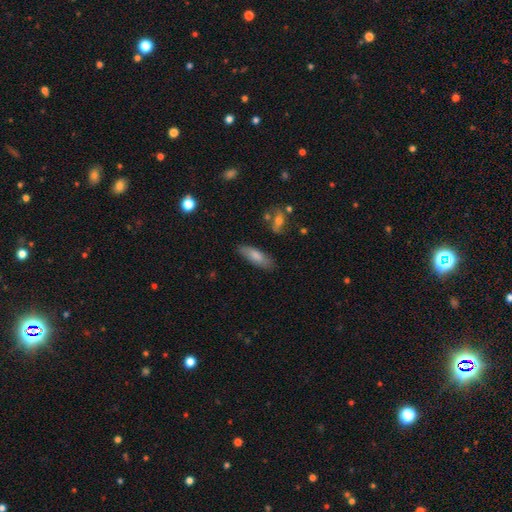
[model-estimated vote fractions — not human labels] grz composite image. It shows a smooth galaxy with no disk features (78%) that is in between round and cigar-shaped (59%). Merging: none (81%).